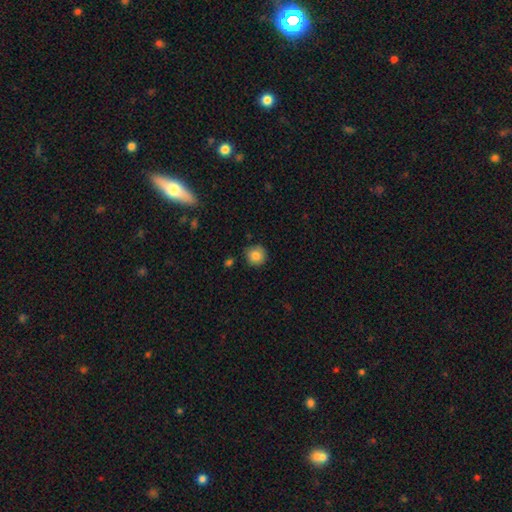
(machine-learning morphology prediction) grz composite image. It shows a smooth galaxy with no disk features (84%) that is round (94%). Merging: none (85%).